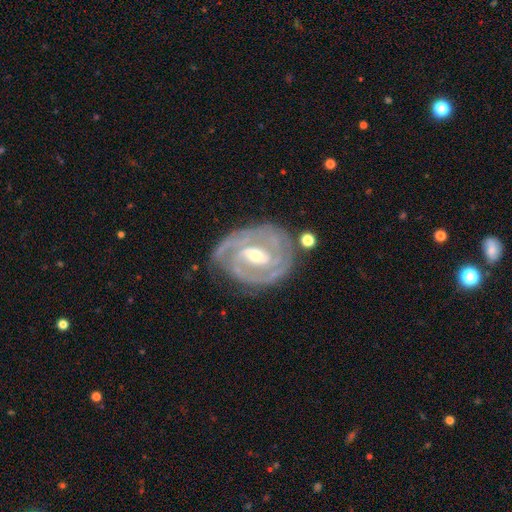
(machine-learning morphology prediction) This is clearly a featured or disk galaxy (89%). It is clearly not viewed edge-on (97%). Bar: possibly weak (46%). Spiral arm pattern: clearly yes (96%). Spiral arm count: marginally 2 (44%). Spiral winding: likely tight (70%). Central bulge: possibly small (49%). Merging: likely none (73%).